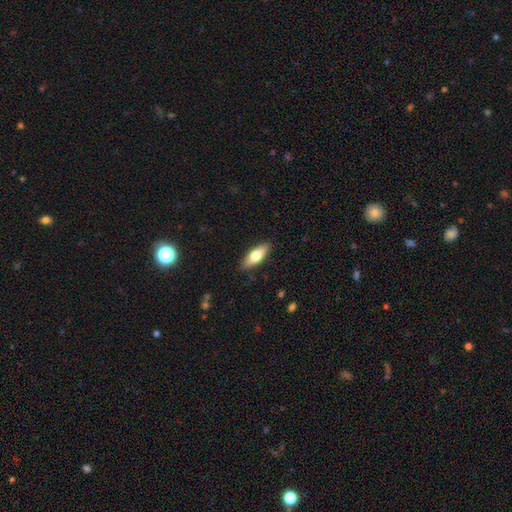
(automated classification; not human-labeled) Overall: smooth (65%; featured or disk 29%). How rounded: in between (62%; cigar-shaped 36%). Merging: none (88%).